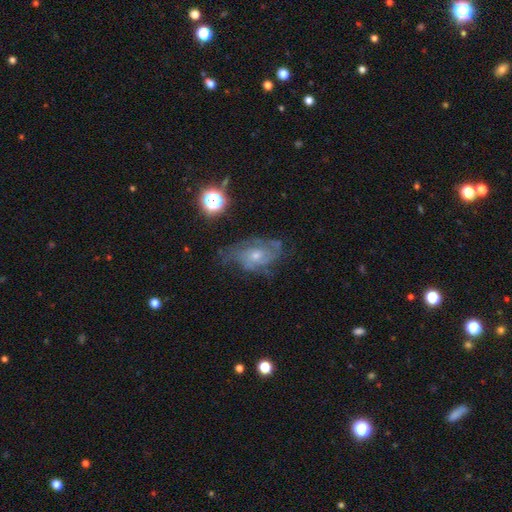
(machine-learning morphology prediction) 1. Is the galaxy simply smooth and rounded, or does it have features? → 74% featured or disk, 15% smooth, 11% star or artifact.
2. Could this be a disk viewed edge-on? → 96% no, 4% yes.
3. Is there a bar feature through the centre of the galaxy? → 73% no, 23% weak, 3% strong.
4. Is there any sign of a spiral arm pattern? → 88% yes, 12% no.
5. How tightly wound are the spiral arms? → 46% tight, 41% medium, 14% loose.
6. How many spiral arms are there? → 38% can't tell, 28% 2, 19% 3, 6% 4, 5% 1, 4% more than 4.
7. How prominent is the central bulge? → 54% small, 40% moderate, 3% none, 2% large, 1% dominant.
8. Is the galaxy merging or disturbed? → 58% none, 25% minor disturbance, 14% major disturbance, 2% merger.